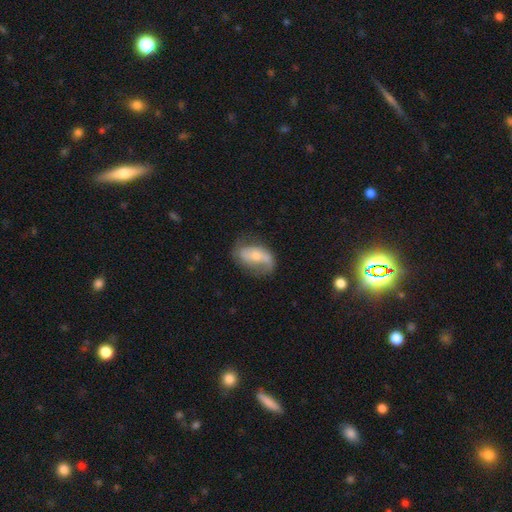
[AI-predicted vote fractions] This appears to be a featured or disk galaxy (59%) with no bar (45%), spiral arms (81%) and a small central bulge (45%). Merging: none (55%).